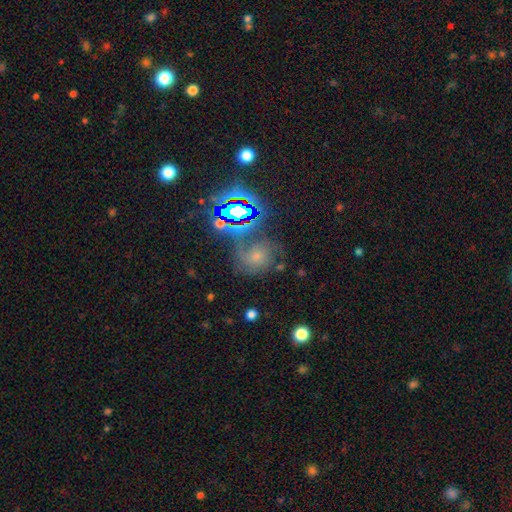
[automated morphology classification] Smooth or featured?
  - featured or disk: 35% *
  - smooth: 34%
  - star or artifact: 32%
Merging?
  - none: 55% *
  - minor disturbance: 20%
  - major disturbance: 16%
  - merger: 9%